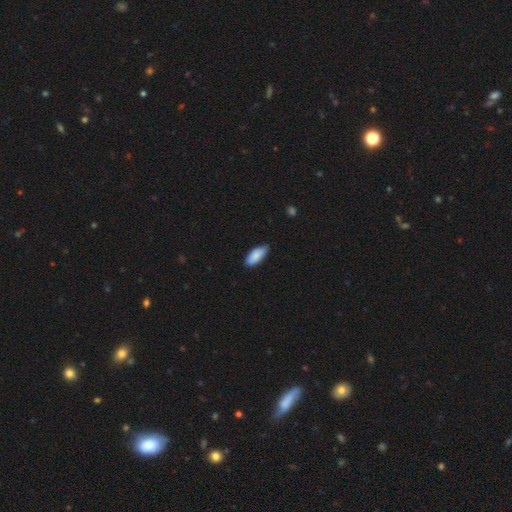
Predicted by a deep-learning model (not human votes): Morphology: type=smooth (87%); roundness=in between (83%); merging=none (75%).